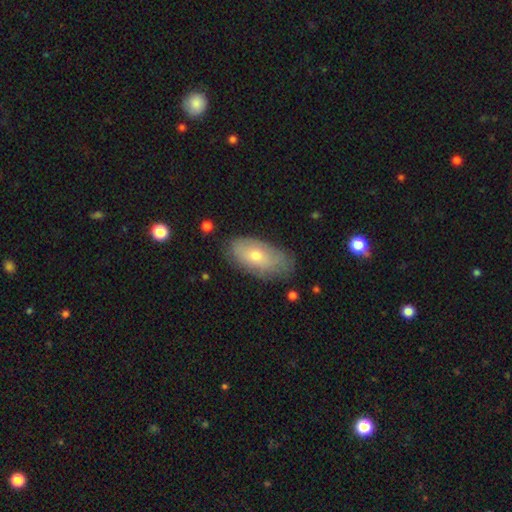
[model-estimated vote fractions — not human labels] smooth-or-featured: smooth: 61% | featured or disk: 32% | star or artifact: 7%
  how-rounded: in between: 92% | cigar-shaped: 5% | round: 4%
  merging: none: 69% | minor disturbance: 23% | major disturbance: 6% | merger: 2%